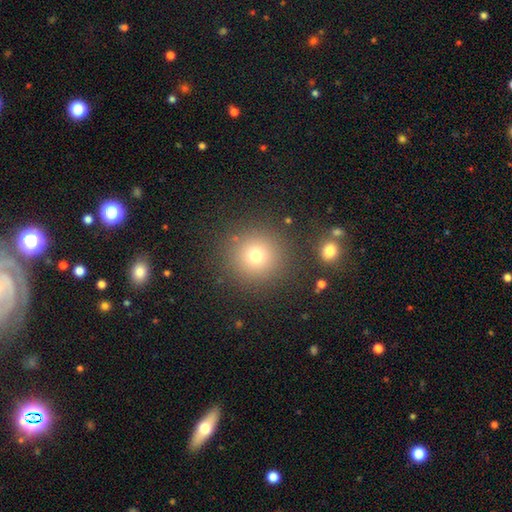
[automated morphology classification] Smooth or featured? smooth (73%)
How rounded? round (95%)
Merging? none (87%)